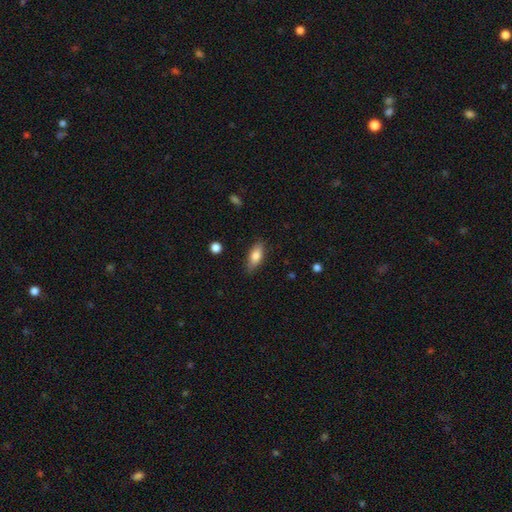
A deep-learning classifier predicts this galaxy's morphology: This appears to be a smooth galaxy with no disk features (75%) that is in between round and cigar-shaped (73%). Merging: none (82%).